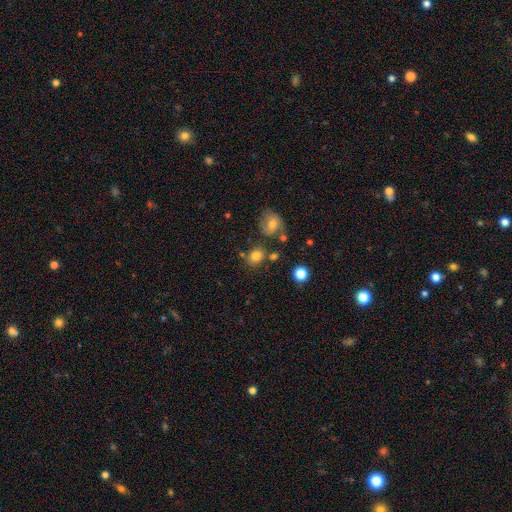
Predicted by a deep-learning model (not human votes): This appears to be a smooth galaxy with no disk features (81%) that is round (69%). Merging: none (74%).